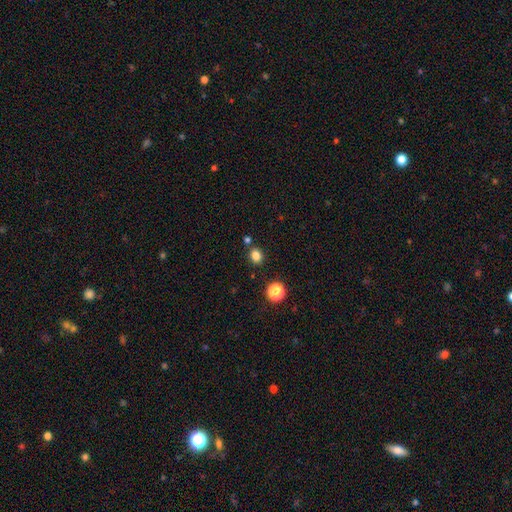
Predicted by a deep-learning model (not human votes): This appears to be a smooth galaxy with no disk features (82%) that is round (56%). Merging: none (81%).